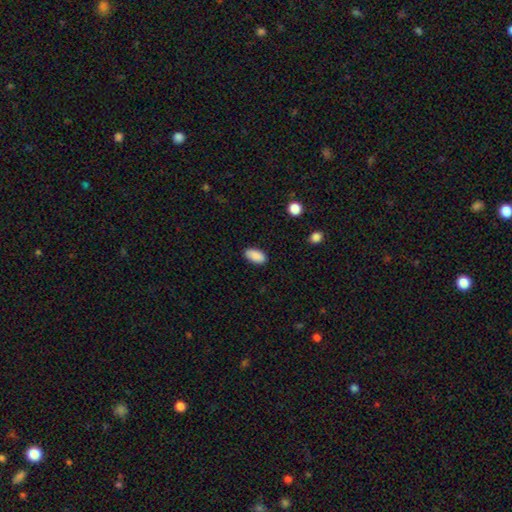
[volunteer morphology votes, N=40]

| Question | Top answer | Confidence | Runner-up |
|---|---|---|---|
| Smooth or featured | smooth | 100% | — |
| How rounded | in between | 98% | round (2%) |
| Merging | none | 92% | minor disturbance (5%) |